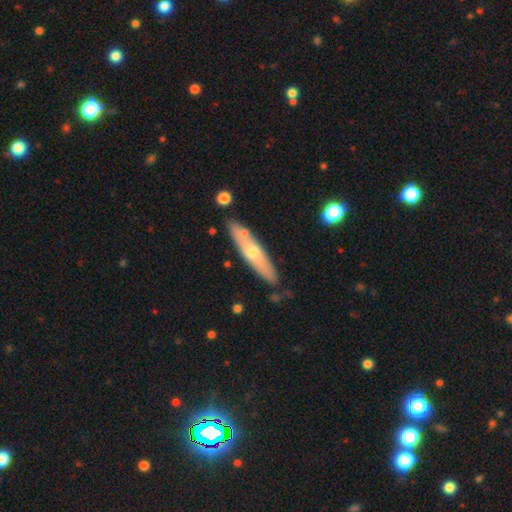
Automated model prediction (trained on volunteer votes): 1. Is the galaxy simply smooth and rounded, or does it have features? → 48% smooth, 46% featured or disk, 5% star or artifact.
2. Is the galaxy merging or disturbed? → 80% none, 12% minor disturbance, 6% merger, 3% major disturbance.